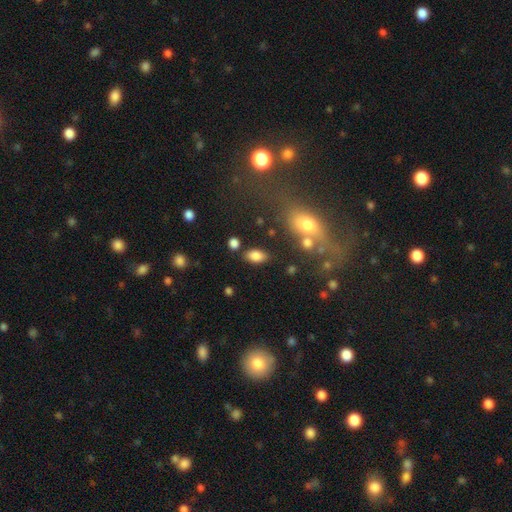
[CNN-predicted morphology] Smooth or featured?
  - smooth: 82% *
  - star or artifact: 9%
  - featured or disk: 8%
How rounded?
  - in between: 91% *
  - round: 6%
  - cigar-shaped: 3%
Merging?
  - none: 79% *
  - minor disturbance: 12%
  - merger: 5%
  - major disturbance: 4%